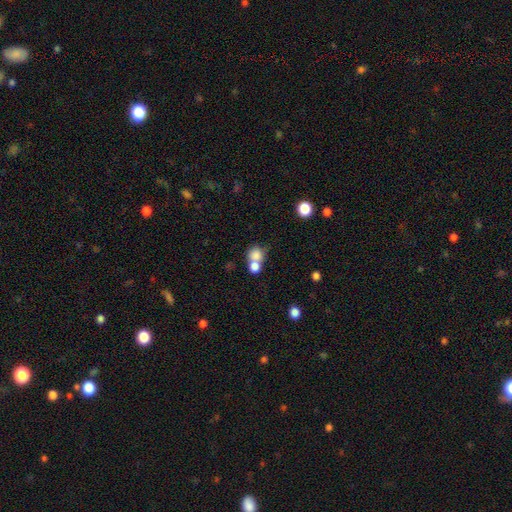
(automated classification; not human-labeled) Q: Smooth or featured?
A: smooth (79%); runner-up: featured or disk (11%)
Q: How rounded?
A: round (77%); runner-up: in between (22%)
Q: Merging?
A: merger (57%); runner-up: none (32%)